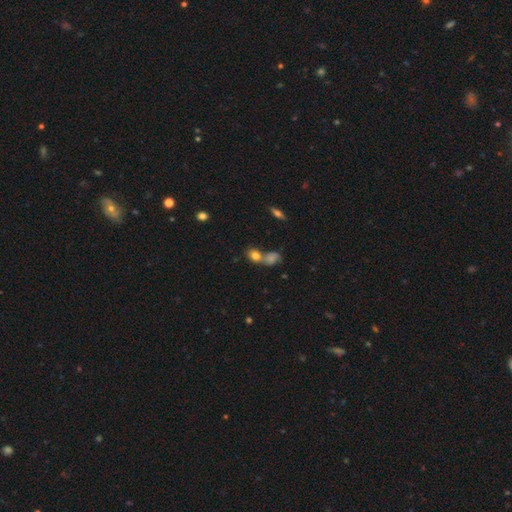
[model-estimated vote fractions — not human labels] smooth 77%, star or artifact 12%, featured or disk 11%. Down the decision tree: how rounded — round (49%); merging — merger (45%).